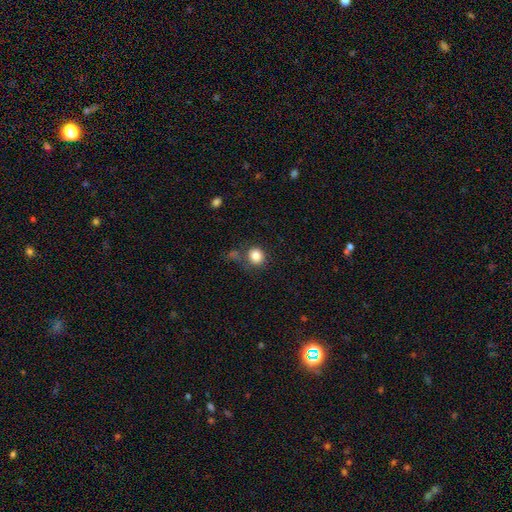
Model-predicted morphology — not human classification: Smooth or featured: smooth — 85% (star or artifact — 10%)
How rounded: round — 81% (in between — 18%)
Merging: none — 71% (minor disturbance — 14%)